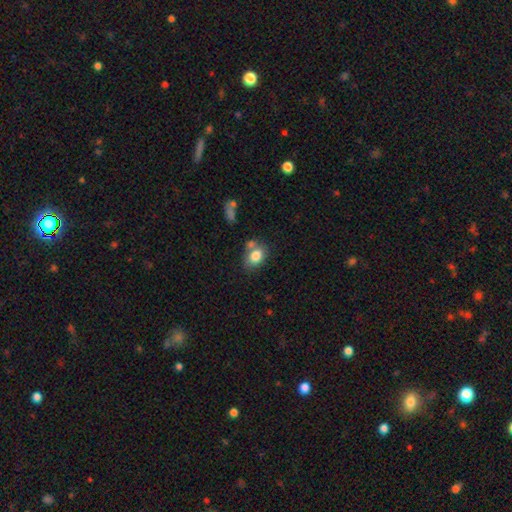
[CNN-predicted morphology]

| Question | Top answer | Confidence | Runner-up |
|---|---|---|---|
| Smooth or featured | smooth | 81% | featured or disk (11%) |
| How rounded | in between | 69% | round (30%) |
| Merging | none | 55% | merger (23%) |